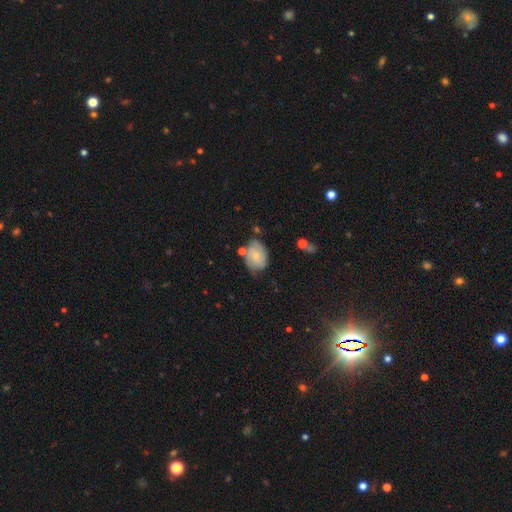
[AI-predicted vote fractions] Smooth or featured: smooth — 52% (featured or disk — 40%)
How rounded: in between — 70% (round — 28%)
Merging: none — 57% (minor disturbance — 28%)